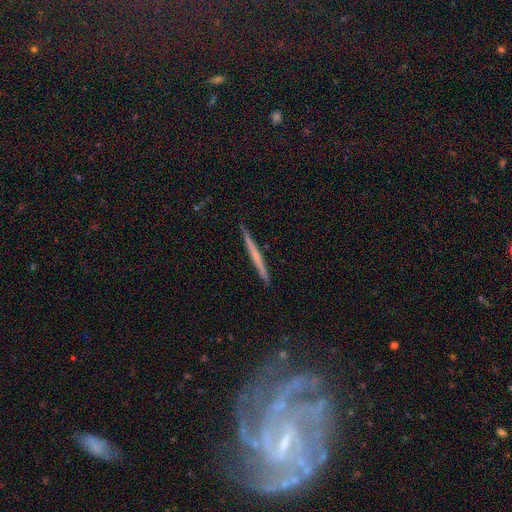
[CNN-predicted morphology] Smooth or featured? featured or disk (52%)
Edge-on disk? yes (98%)
Edge-on bulge? none (81%)
Merging? none (91%)